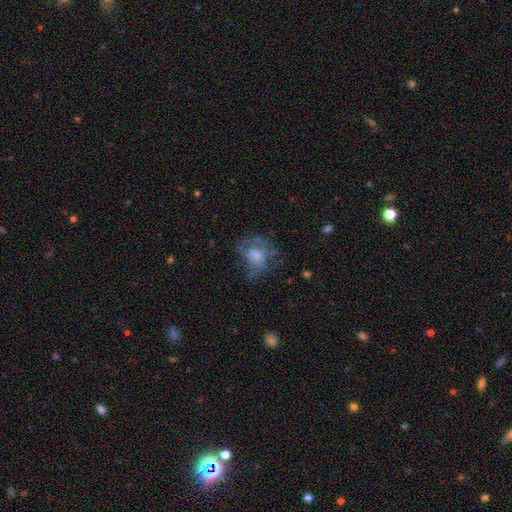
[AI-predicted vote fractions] A featured or disk galaxy (45%).

Vote fractions:
- Smooth or featured? featured or disk: 45% / smooth: 40% / star or artifact: 15%
- Merging? none: 44% / major disturbance: 32% / minor disturbance: 22% / merger: 2%